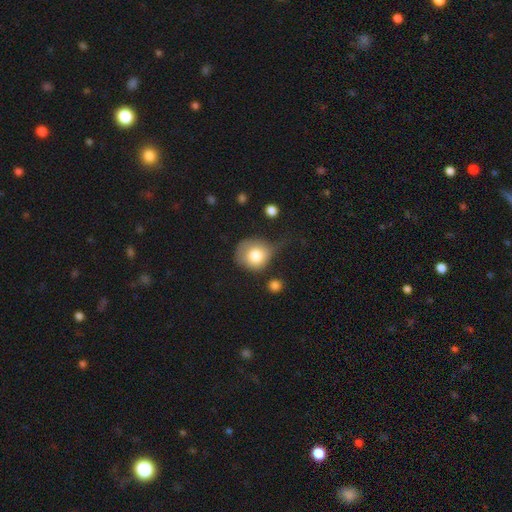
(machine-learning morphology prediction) Smooth or featured: smooth — 78% (featured or disk — 14%)
How rounded: round — 79% (in between — 20%)
Merging: none — 36% (minor disturbance — 35%)